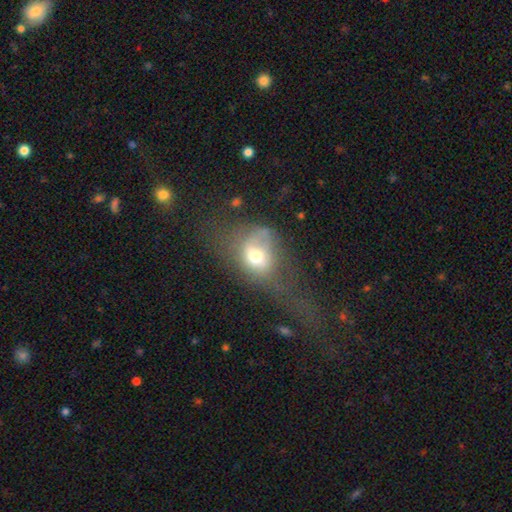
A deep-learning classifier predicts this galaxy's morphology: Overall: smooth (59%; featured or disk 28%). How rounded: in between (52%; round 46%). Merging: major disturbance (52%; none 23%).